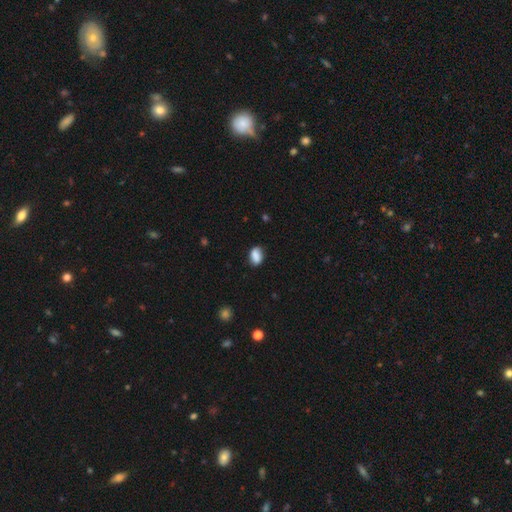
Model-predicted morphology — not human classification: The model was most divided on "merging": none: 75%, minor disturbance: 17%, merger: 4%, major disturbance: 4%. More confident: smooth or featured — smooth (84%); how rounded — in between (83%).